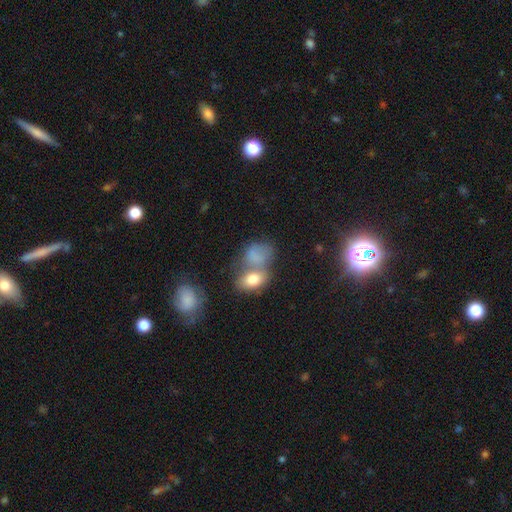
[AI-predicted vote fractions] A smooth galaxy with no disk features (74%) that is in between round and cigar-shaped (70%). Merging: merger (53%).